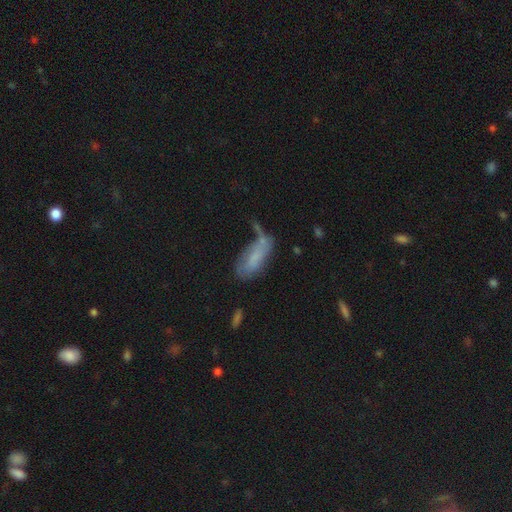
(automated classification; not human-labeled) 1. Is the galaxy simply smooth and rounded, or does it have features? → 64% smooth, 26% featured or disk, 10% star or artifact.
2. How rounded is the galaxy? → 77% in between, 21% cigar-shaped, 2% round.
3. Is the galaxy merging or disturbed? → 36% none, 28% minor disturbance, 20% major disturbance, 16% merger.